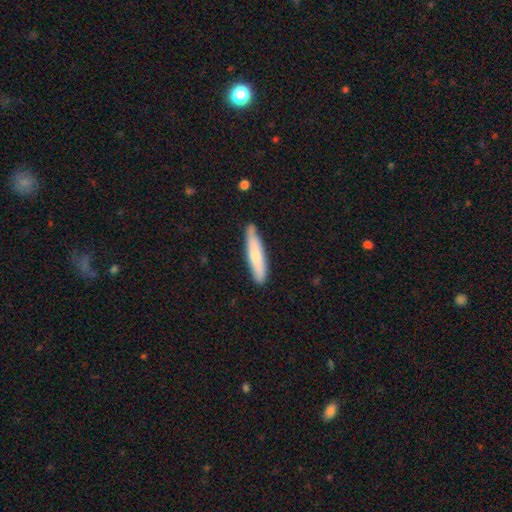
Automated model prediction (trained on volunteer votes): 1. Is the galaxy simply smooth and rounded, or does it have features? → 70% smooth, 25% featured or disk, 5% star or artifact.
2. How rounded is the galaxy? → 85% cigar-shaped, 13% in between, 1% round.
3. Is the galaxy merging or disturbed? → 82% none, 14% minor disturbance, 2% major disturbance, 2% merger.